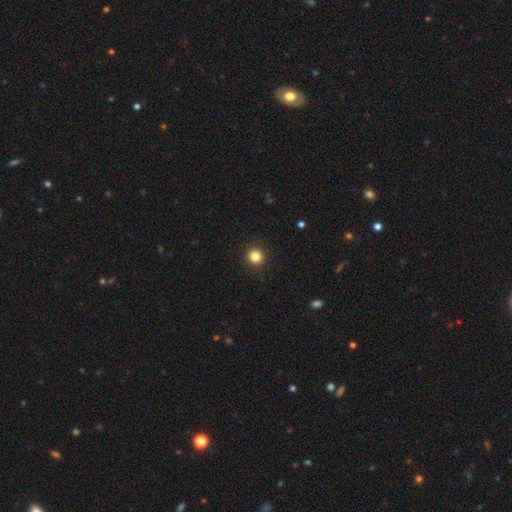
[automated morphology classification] A smooth galaxy with no disk features (83%) that is round (93%).

Vote fractions:
- Smooth or featured? smooth: 83% / star or artifact: 12% / featured or disk: 5%
- How rounded? round: 93% / in between: 6% / cigar-shaped: 1%
- Merging? none: 91% / minor disturbance: 6% / major disturbance: 2% / merger: 1%